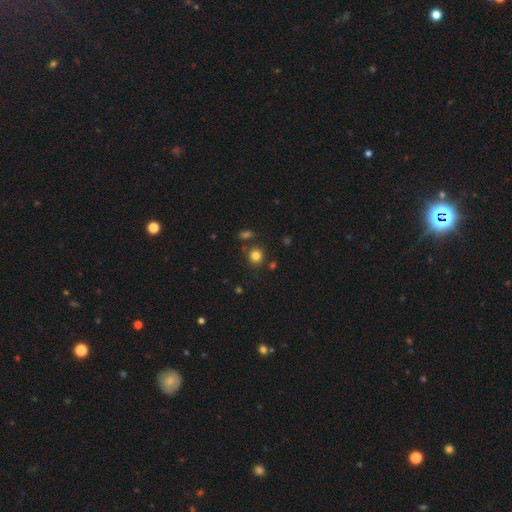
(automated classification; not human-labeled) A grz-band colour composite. It shows a smooth galaxy with no disk features (81%) that is round (89%). Merging: none (80%).